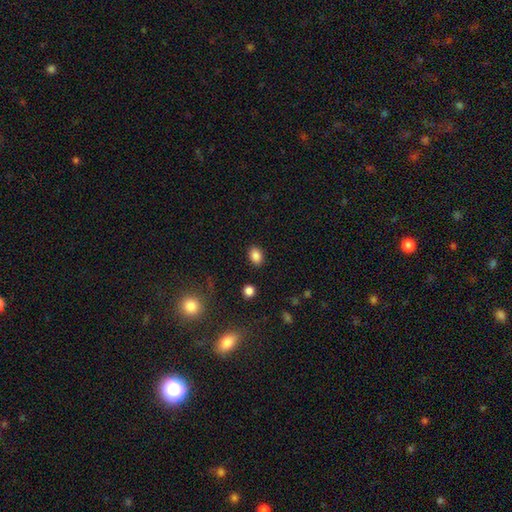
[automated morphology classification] Smooth or featured? smooth (85%)
How rounded? in between (71%)
Merging? none (87%)